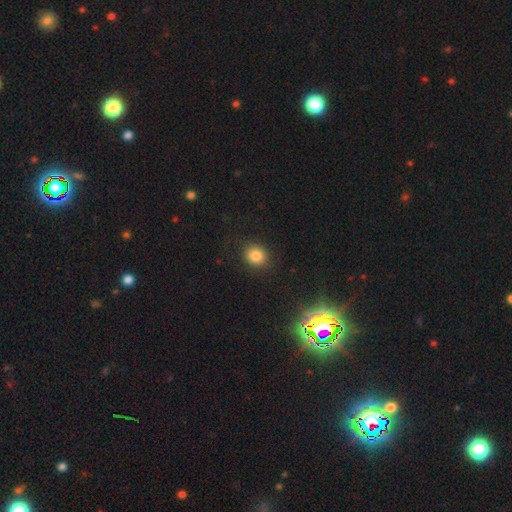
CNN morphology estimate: Smooth or featured: smooth — 82% (star or artifact — 12%)
How rounded: round — 72% (in between — 27%)
Merging: none — 87% (minor disturbance — 9%)